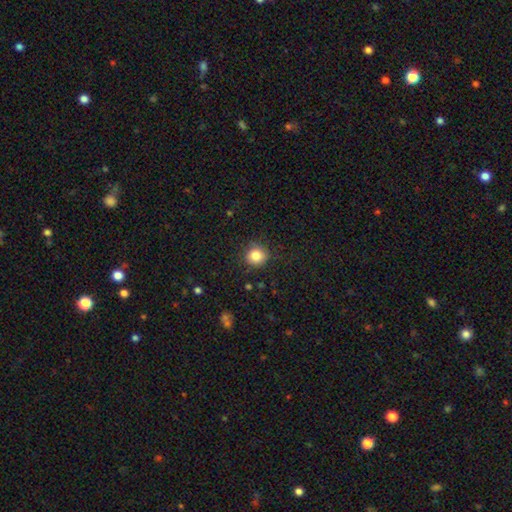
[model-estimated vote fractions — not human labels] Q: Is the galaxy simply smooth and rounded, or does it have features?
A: smooth — 84%.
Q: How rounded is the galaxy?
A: round — 91%.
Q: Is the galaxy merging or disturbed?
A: none — 86%.